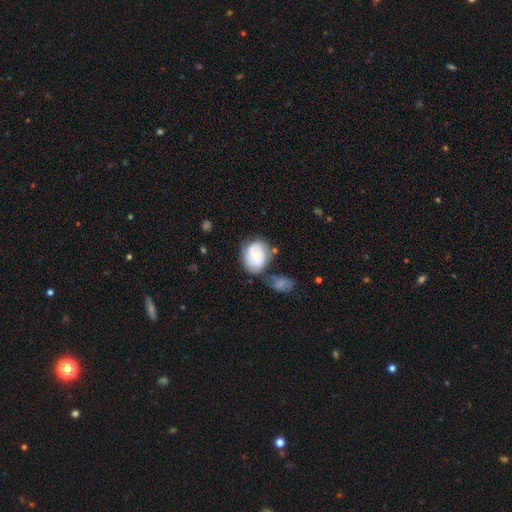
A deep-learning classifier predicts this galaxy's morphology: The model was most divided on "how rounded": round: 53%, in between: 46%, cigar-shaped: 1%. Remaining: smooth or featured — smooth (51%); merging — none (47%).